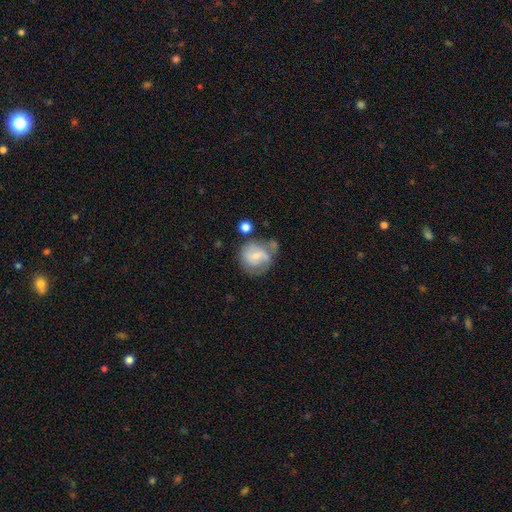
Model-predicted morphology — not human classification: smooth-or-featured: smooth: 48% | featured or disk: 45% | star or artifact: 7%
  merging: none: 41% | minor disturbance: 26% | major disturbance: 18% | merger: 15%